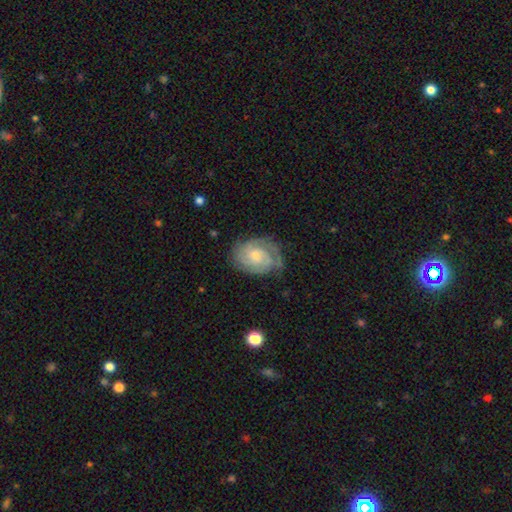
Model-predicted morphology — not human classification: type=featured or disk (83%); edge-on=no (97%); bar=no (66%); spiral arms=yes (96%); winding=tight (67%); arm count=2 (35%); bulge=small (55%); merging=none (71%).